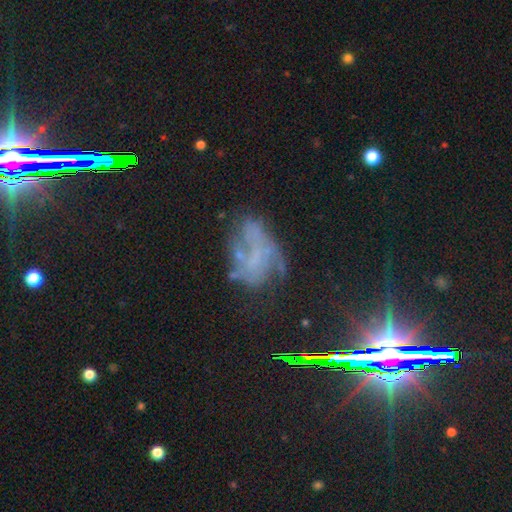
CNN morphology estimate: The model was most divided on "smooth or featured": featured or disk: 44%, star or artifact: 36%, smooth: 19%. Remaining: merging — none (47%).